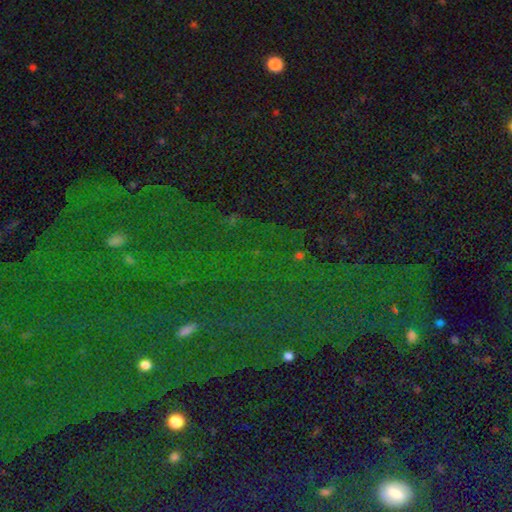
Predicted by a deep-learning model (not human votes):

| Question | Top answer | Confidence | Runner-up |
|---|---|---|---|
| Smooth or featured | star or artifact | 80% | smooth (11%) |